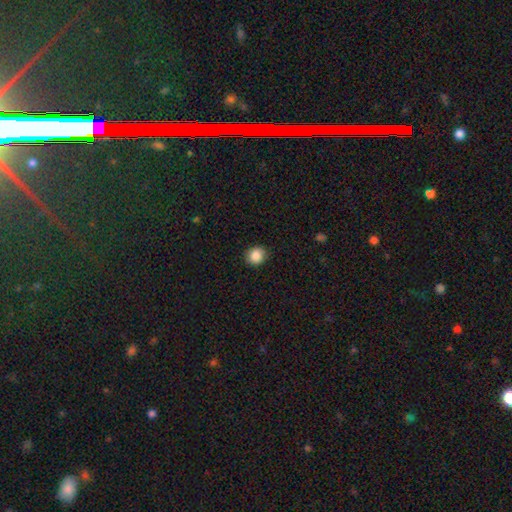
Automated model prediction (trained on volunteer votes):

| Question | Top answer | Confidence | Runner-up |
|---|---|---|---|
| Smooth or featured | smooth | 87% | star or artifact (9%) |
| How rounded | round | 82% | in between (17%) |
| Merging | none | 90% | minor disturbance (7%) |